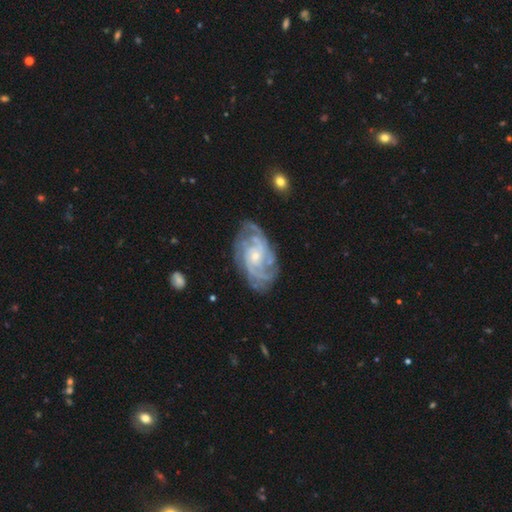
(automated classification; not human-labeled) The model was most divided on "spiral arm count": can't tell: 24%, 3: 23%, 4: 20%, 2: 18%, more than 4: 8%, 1: 7%. More confident: spiral arms — yes (97%); edge-on disk — no (97%); smooth or featured — featured or disk (89%); merging — none (76%); bar — no (70%); bulge size — small (69%); spiral winding — tight (65%).